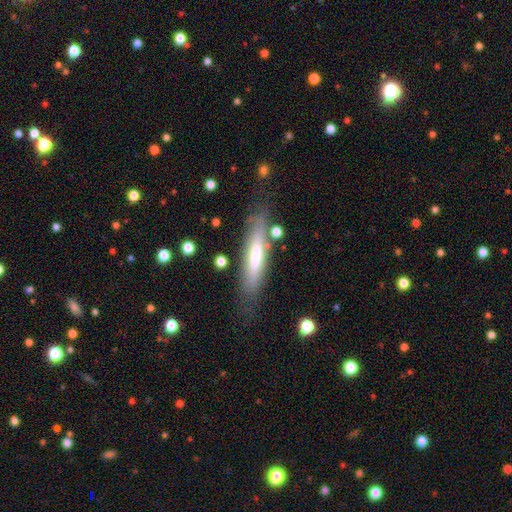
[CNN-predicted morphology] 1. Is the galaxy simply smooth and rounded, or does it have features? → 55% smooth, 38% featured or disk, 7% star or artifact.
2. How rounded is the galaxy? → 80% cigar-shaped, 19% in between, 1% round.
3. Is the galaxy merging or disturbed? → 72% none, 17% minor disturbance, 7% major disturbance, 5% merger.